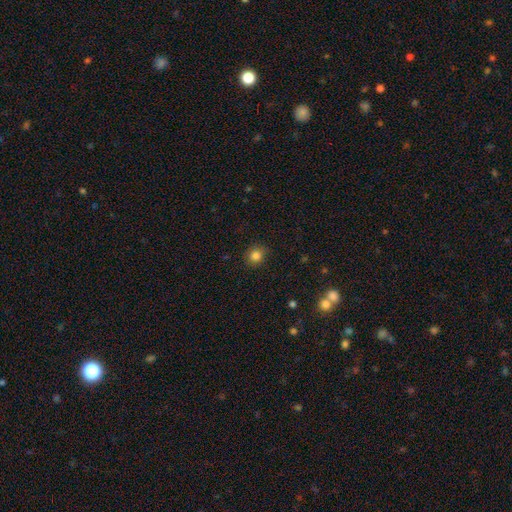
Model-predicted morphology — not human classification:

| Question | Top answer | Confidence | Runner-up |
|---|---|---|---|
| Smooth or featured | smooth | 84% | star or artifact (12%) |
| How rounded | round | 84% | in between (15%) |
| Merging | none | 86% | minor disturbance (10%) |